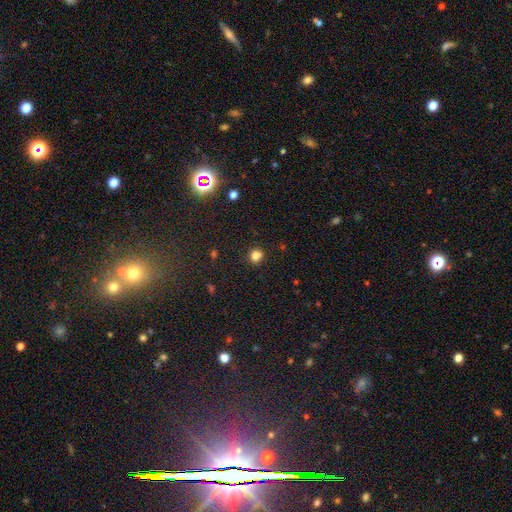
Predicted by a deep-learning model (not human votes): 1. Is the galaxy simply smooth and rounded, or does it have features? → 80% smooth, 15% star or artifact, 5% featured or disk.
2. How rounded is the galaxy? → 83% round, 16% in between, 1% cigar-shaped.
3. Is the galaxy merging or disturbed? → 84% none, 10% minor disturbance, 3% merger, 3% major disturbance.